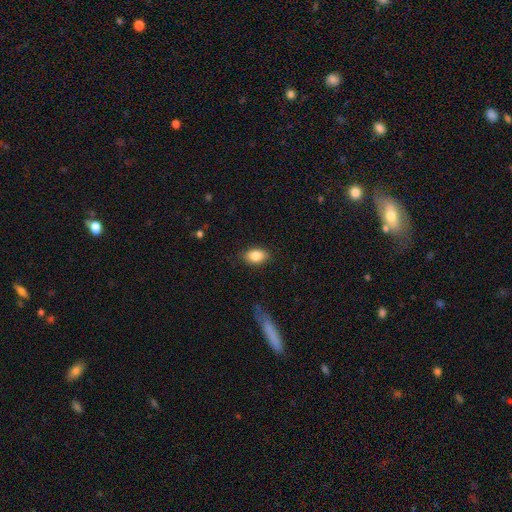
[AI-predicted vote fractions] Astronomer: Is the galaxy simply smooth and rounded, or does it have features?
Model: smooth — 85%.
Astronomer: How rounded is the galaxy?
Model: in between — 87%.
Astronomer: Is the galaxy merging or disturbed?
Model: none — 83%.